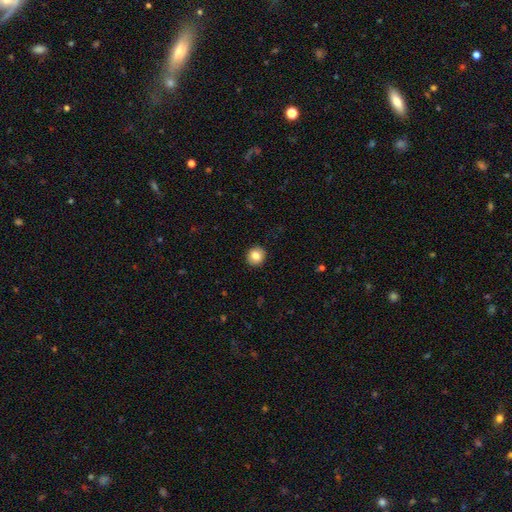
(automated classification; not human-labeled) This appears to be a smooth galaxy with no disk features (84%) that is round (86%). Merging: none (92%).